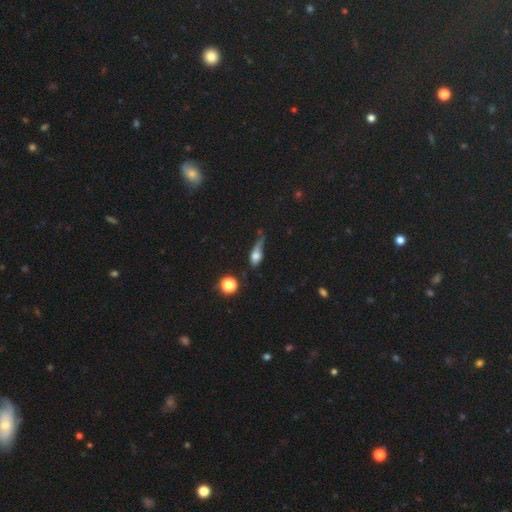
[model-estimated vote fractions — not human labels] Morphology: type=smooth (62%); roundness=in between (57%); merging=minor disturbance (31%).